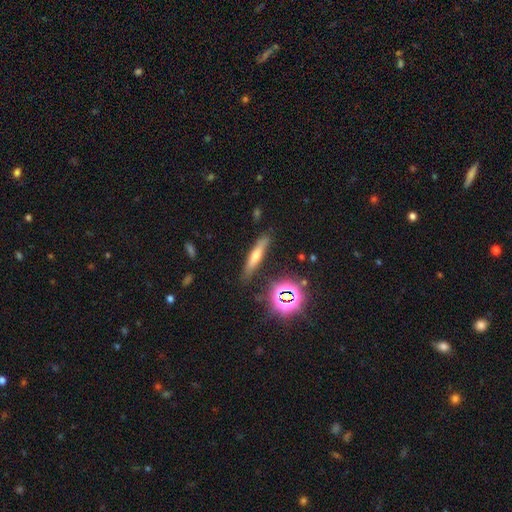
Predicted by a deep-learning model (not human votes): Overall: smooth (51%; featured or disk 34%). How rounded: cigar-shaped (83%). Merging: none (83%).